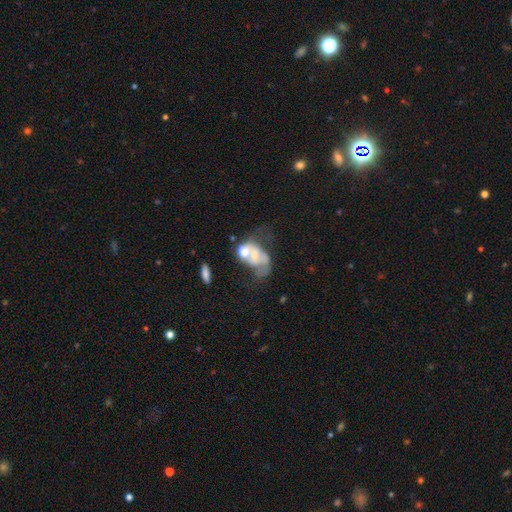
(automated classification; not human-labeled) featured or disk 50%, smooth 38%, star or artifact 12%. Down the decision tree: edge-on disk — no (96%); merging — merger (43%).